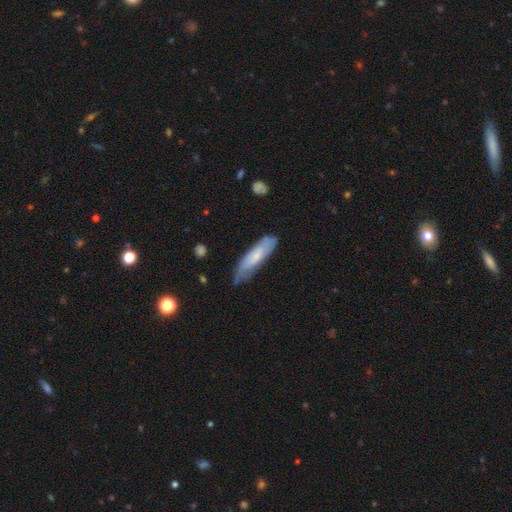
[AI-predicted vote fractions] smooth-or-featured: smooth: 60% | featured or disk: 34% | star or artifact: 6%
  how-rounded: cigar-shaped: 68% | in between: 31% | round: 1%
  merging: none: 66% | minor disturbance: 27% | major disturbance: 6% | merger: 2%